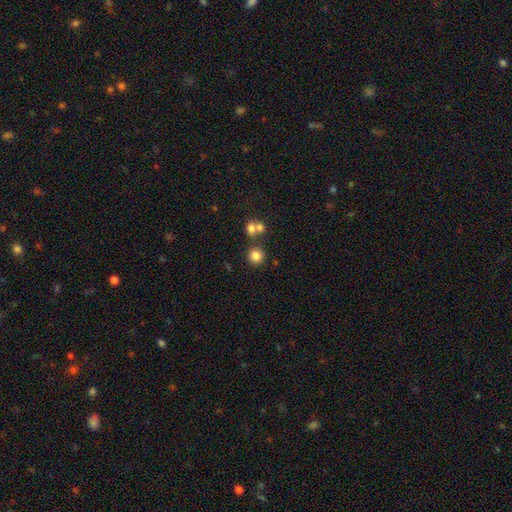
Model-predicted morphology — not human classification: smooth 81%, star or artifact 12%, featured or disk 7%. Down the decision tree: how rounded — round (92%); merging — none (74%).